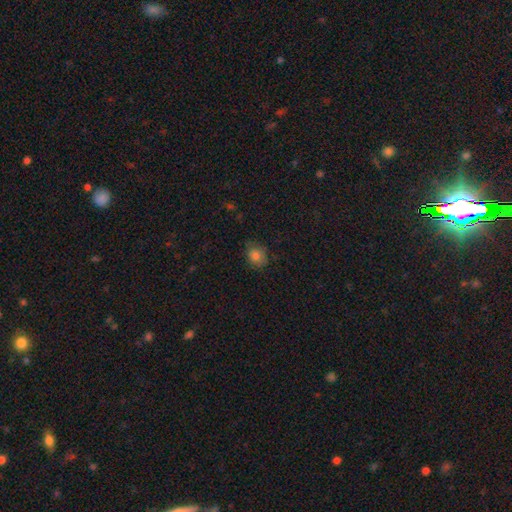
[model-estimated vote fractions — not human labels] Smooth or featured?
  - smooth: 82% *
  - star or artifact: 12%
  - featured or disk: 6%
How rounded?
  - round: 65% *
  - in between: 34%
  - cigar-shaped: 1%
Merging?
  - none: 73% *
  - minor disturbance: 21%
  - major disturbance: 5%
  - merger: 1%